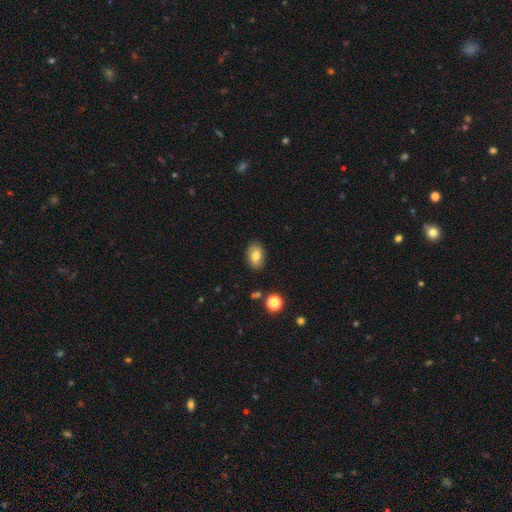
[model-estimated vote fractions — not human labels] A smooth galaxy with no disk features (79%) that is in between round and cigar-shaped (81%).

Vote fractions:
- Smooth or featured? smooth: 79% / featured or disk: 12% / star or artifact: 9%
- How rounded? in between: 81% / round: 18% / cigar-shaped: 1%
- Merging? none: 85% / minor disturbance: 11% / major disturbance: 2% / merger: 2%